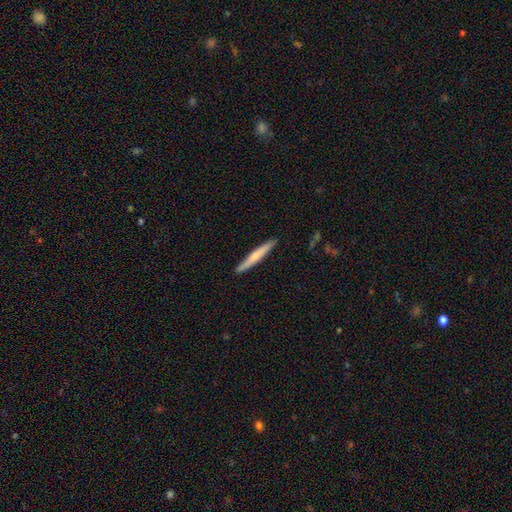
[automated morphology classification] Smooth or featured?
  - smooth: 55% *
  - featured or disk: 40%
  - star or artifact: 5%
How rounded?
  - cigar-shaped: 96% *
  - in between: 3%
  - round: 1%
Merging?
  - none: 91% *
  - minor disturbance: 7%
  - major disturbance: 1%
  - merger: 1%